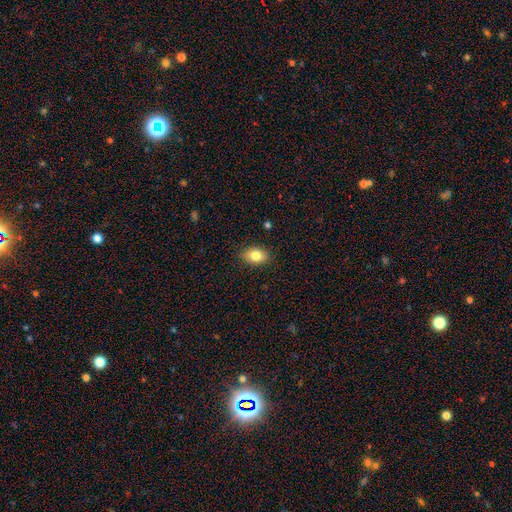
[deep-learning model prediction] This is clearly a smooth galaxy (83%). How rounded: clearly in between (82%). Merging: clearly none (87%).